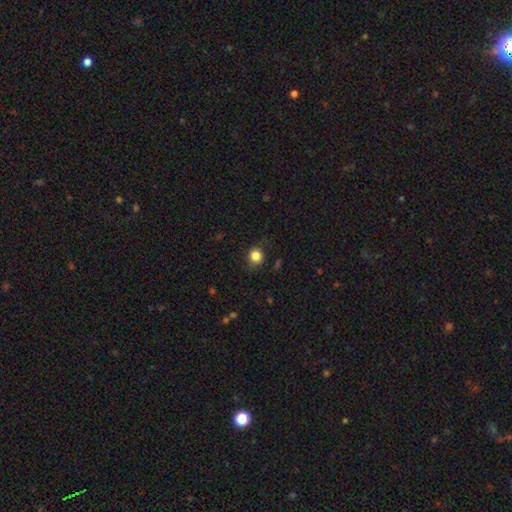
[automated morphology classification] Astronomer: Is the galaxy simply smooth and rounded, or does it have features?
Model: smooth — 84%.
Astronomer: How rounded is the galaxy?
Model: round — 87%.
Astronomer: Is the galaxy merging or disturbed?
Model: none — 80%.